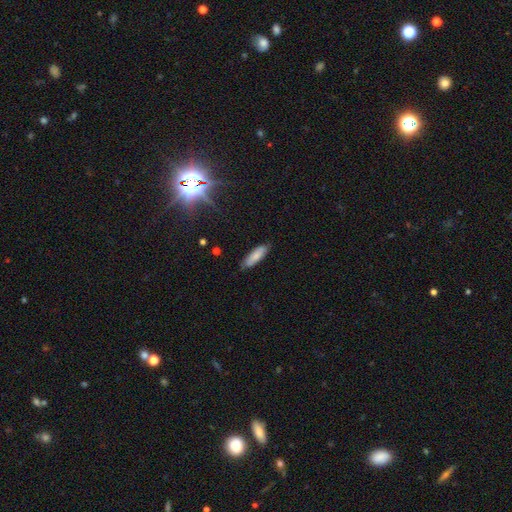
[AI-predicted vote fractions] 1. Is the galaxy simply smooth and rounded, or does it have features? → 79% smooth, 14% featured or disk, 7% star or artifact.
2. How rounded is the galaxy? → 55% cigar-shaped, 43% in between, 2% round.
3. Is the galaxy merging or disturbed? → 82% none, 14% minor disturbance, 2% major disturbance, 1% merger.